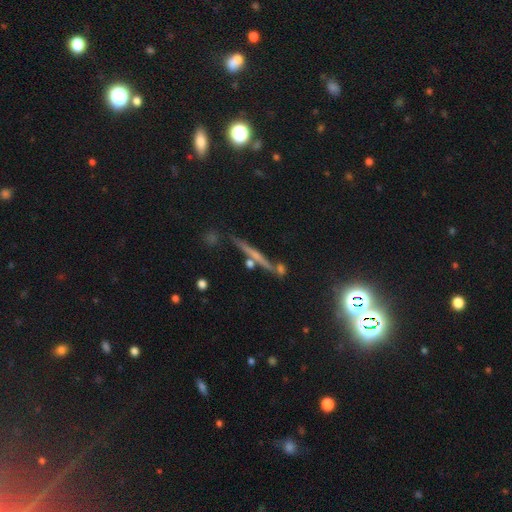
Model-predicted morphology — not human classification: smooth_or_featured: featured or disk (p=0.58) [alt: smooth p=0.29]
disk_edge_on: yes (p=0.95) [alt: no p=0.05]
edge_on_bulge: none (p=0.55) [alt: rounded p=0.35]
merging: none (p=0.77) [alt: minor disturbance p=0.11]